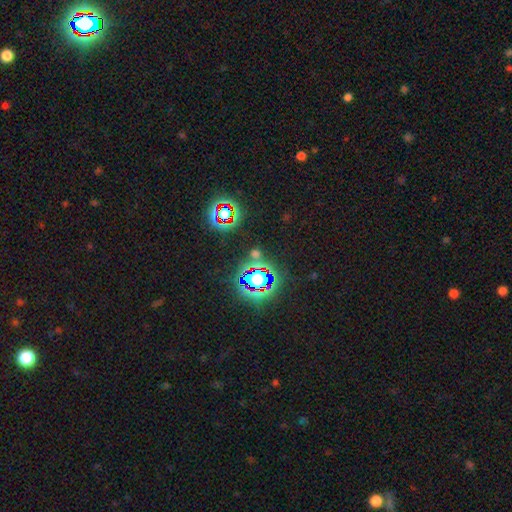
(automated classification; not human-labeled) A star or artifact, not a galaxy (76%).

Vote fractions:
- Smooth or featured? star or artifact: 76% / smooth: 16% / featured or disk: 8%